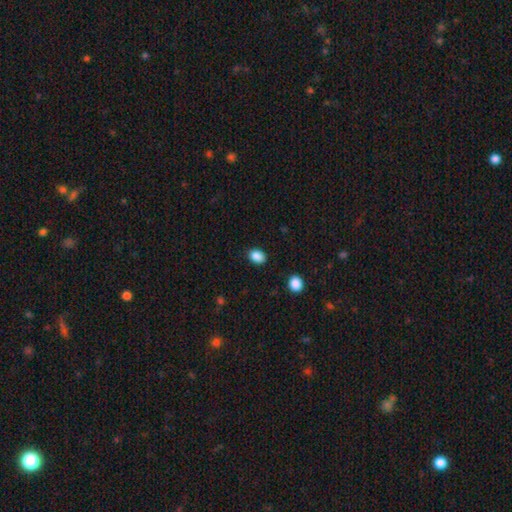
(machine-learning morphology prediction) Q: Smooth or featured?
A: smooth (88%); runner-up: star or artifact (9%)
Q: How rounded?
A: in between (74%); runner-up: round (25%)
Q: Merging?
A: none (86%); runner-up: minor disturbance (10%)